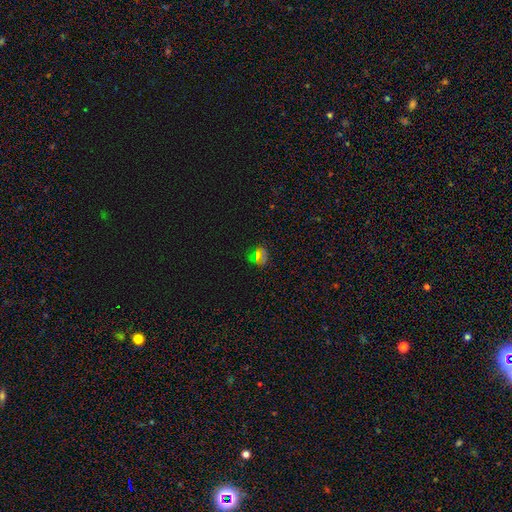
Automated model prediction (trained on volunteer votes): Smooth or featured: star or artifact — 51% (smooth — 39%)